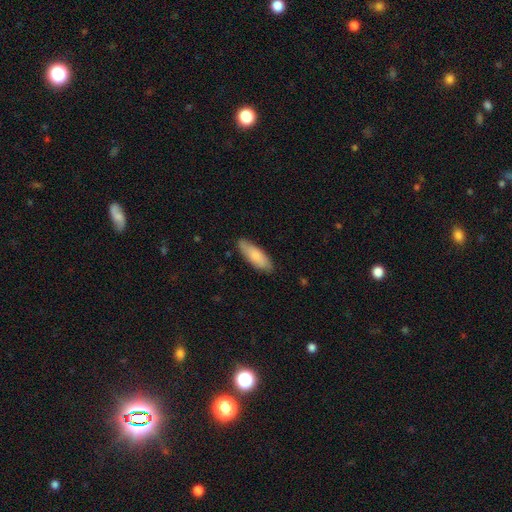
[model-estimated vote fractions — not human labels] Smooth or featured?
  - smooth: 79% *
  - featured or disk: 15%
  - star or artifact: 5%
How rounded?
  - in between: 58% *
  - cigar-shaped: 41%
  - round: 2%
Merging?
  - none: 83% *
  - minor disturbance: 14%
  - major disturbance: 2%
  - merger: 1%